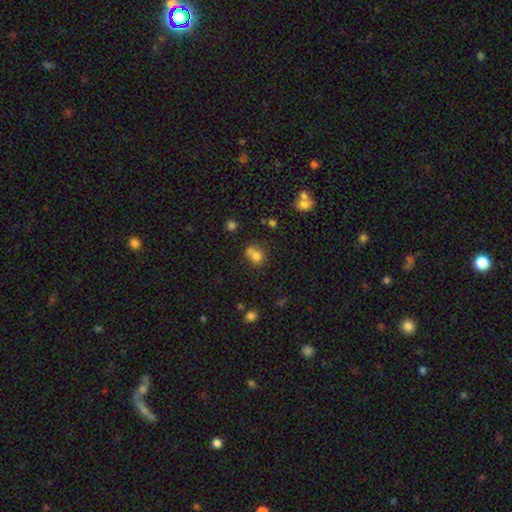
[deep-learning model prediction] A smooth galaxy with no disk features (73%) that is round (69%). Merging: merger (48%).